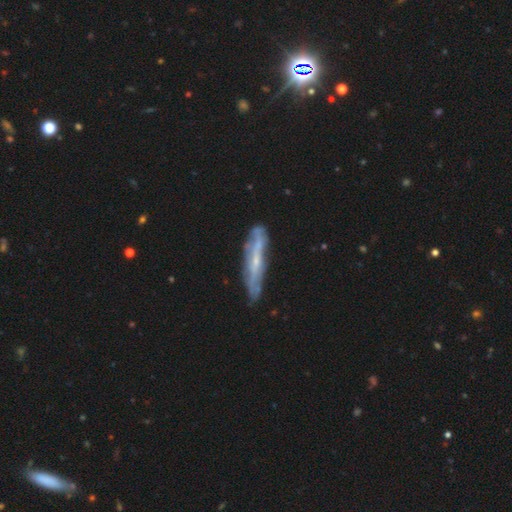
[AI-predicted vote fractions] A featured or disk galaxy (61%) viewed edge-on (61%). Merging: none (73%).